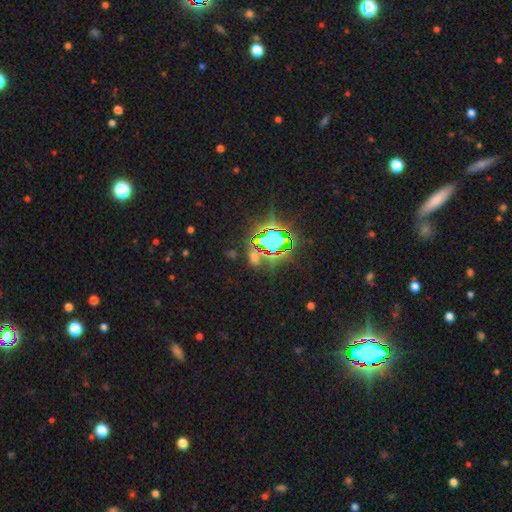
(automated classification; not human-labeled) star or artifact 79%, smooth 13%, featured or disk 8%.